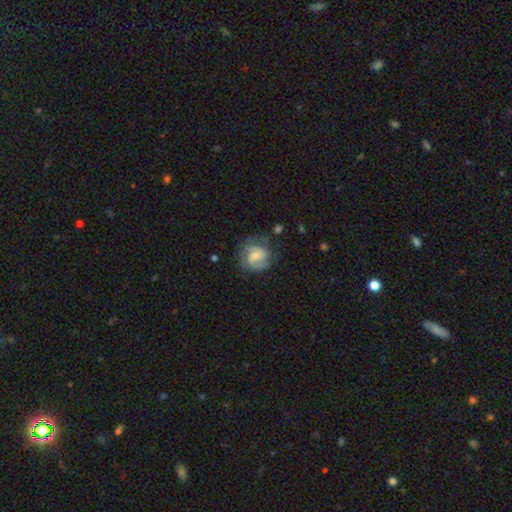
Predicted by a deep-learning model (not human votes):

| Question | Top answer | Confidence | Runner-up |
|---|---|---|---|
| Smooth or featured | featured or disk | 81% | smooth (13%) |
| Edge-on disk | no | 98% | yes (2%) |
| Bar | weak | 47% | no (43%) |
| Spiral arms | yes | 96% | no (4%) |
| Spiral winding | medium | 47% | tight (39%) |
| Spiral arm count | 2 | 68% | 3 (14%) |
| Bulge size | small | 54% | moderate (34%) |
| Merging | none | 72% | minor disturbance (18%) |